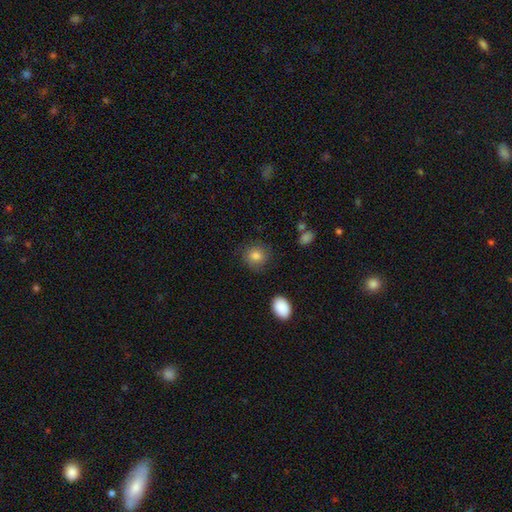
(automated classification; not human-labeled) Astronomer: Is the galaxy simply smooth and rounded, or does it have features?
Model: smooth — 80%.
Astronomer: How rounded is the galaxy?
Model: round — 83%.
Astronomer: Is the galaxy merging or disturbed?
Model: none — 81%.